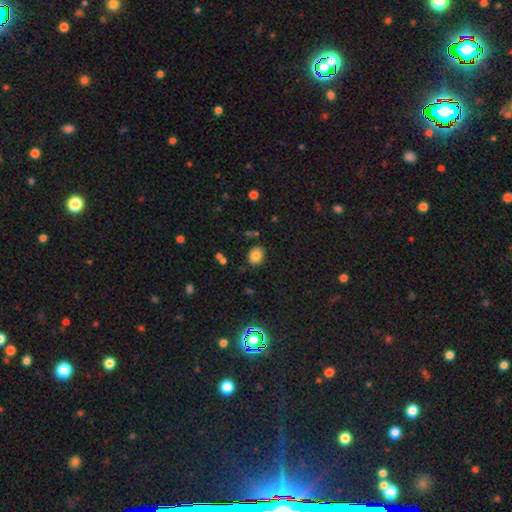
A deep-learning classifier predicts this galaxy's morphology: smooth_or_featured: smooth (p=0.82) [alt: star or artifact p=0.12]
how_rounded: in between (p=0.54) [alt: round p=0.45]
merging: none (p=0.84) [alt: minor disturbance p=0.10]